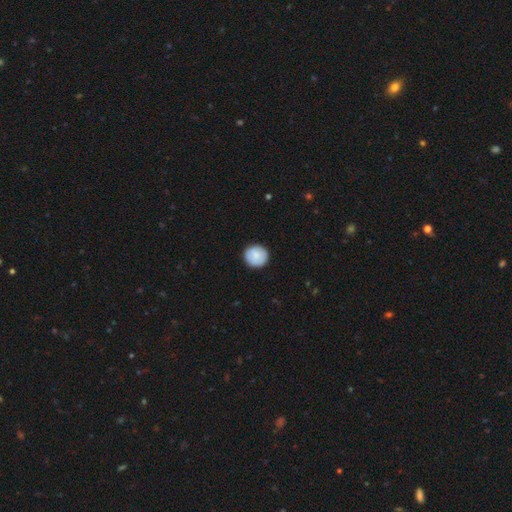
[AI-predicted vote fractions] This appears to be a smooth galaxy with no disk features (80%) that is round (94%). Merging: none (89%).